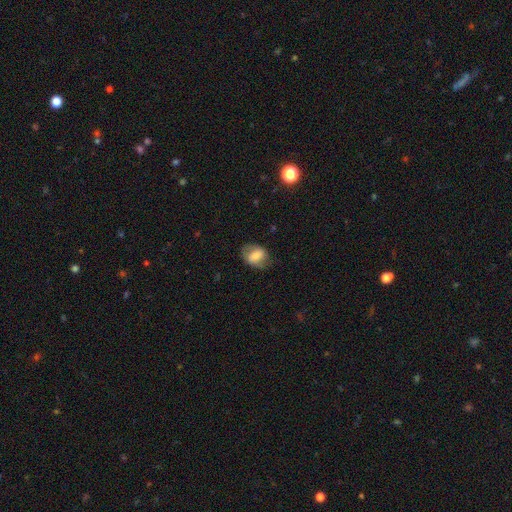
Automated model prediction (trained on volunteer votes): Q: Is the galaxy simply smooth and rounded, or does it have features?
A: smooth — 64%.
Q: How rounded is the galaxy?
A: in between — 70%.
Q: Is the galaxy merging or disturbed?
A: none — 63%.